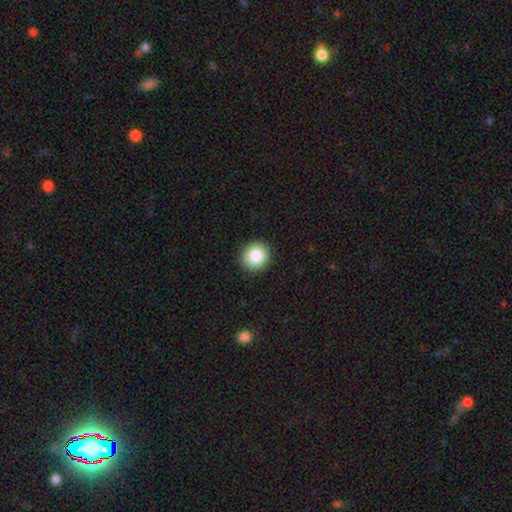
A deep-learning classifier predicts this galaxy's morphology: A smooth galaxy with no disk features (86%) that is round (88%).

Vote fractions:
- Smooth or featured? smooth: 86% / star or artifact: 9% / featured or disk: 6%
- How rounded? round: 88% / in between: 11% / cigar-shaped: 1%
- Merging? none: 92% / minor disturbance: 5% / major disturbance: 2% / merger: 1%